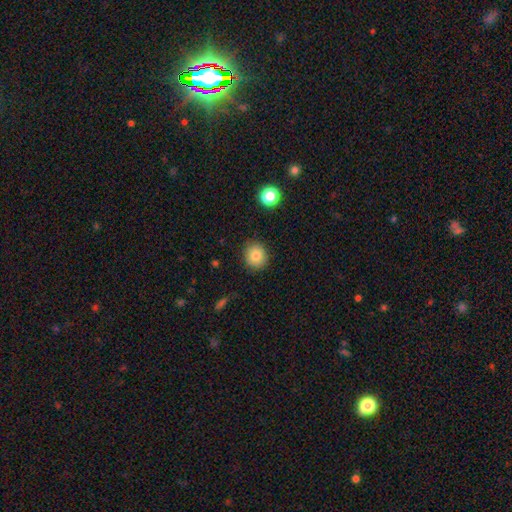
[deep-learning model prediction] Smooth or featured?
  - smooth: 82% *
  - star or artifact: 10%
  - featured or disk: 8%
How rounded?
  - round: 83% *
  - in between: 16%
  - cigar-shaped: 1%
Merging?
  - none: 88% *
  - minor disturbance: 9%
  - major disturbance: 2%
  - merger: 1%